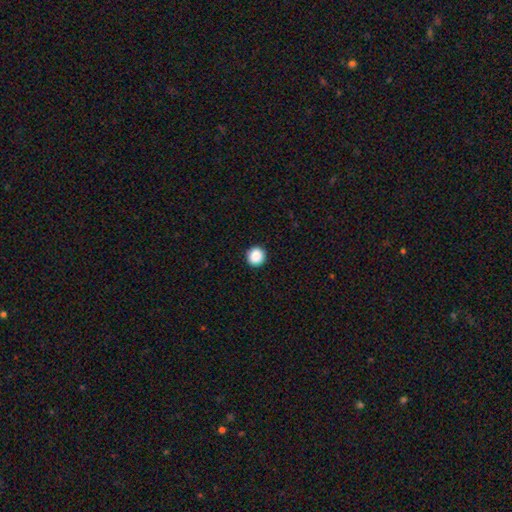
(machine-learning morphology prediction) Q: Smooth or featured?
A: smooth (88%); runner-up: star or artifact (9%)
Q: How rounded?
A: round (93%); runner-up: in between (6%)
Q: Merging?
A: none (93%); runner-up: minor disturbance (5%)